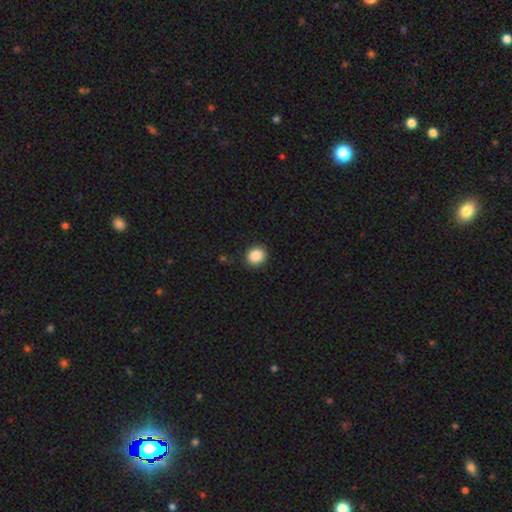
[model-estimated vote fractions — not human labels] Smooth or featured: smooth — 88% (star or artifact — 9%)
How rounded: round — 72% (in between — 27%)
Merging: none — 87% (minor disturbance — 9%)